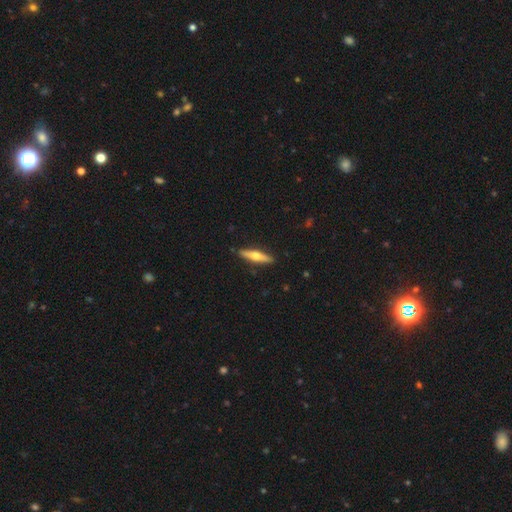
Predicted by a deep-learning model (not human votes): Morphology: type=featured or disk (53%); edge-on=yes (94%); edge-on bulge=rounded (93%); merging=none (90%).